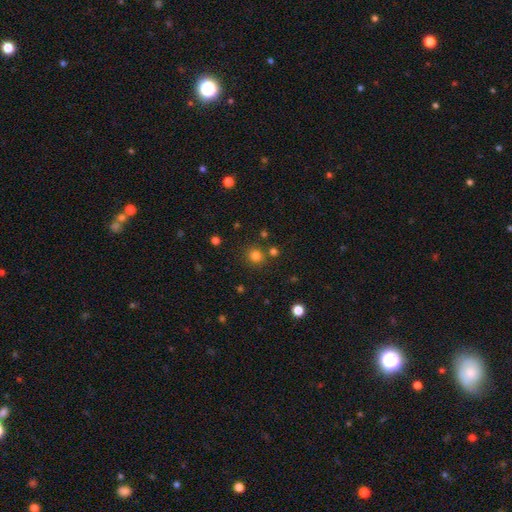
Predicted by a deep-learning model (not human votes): A smooth galaxy with no disk features (79%) that is round (86%).

Vote fractions:
- Smooth or featured? smooth: 79% / star or artifact: 16% / featured or disk: 5%
- How rounded? round: 86% / in between: 13% / cigar-shaped: 1%
- Merging? none: 80% / minor disturbance: 8% / merger: 8% / major disturbance: 3%